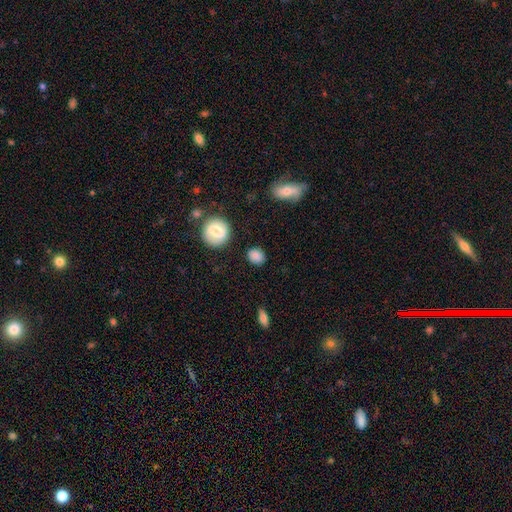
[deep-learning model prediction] The model was most divided on "how rounded": round: 65%, in between: 34%, cigar-shaped: 2%. More confident: smooth or featured — smooth (81%); merging — none (81%).